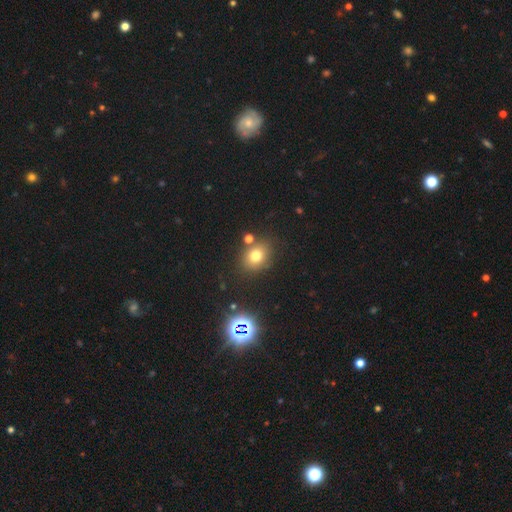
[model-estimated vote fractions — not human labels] Morphology: type=smooth (72%); roundness=round (59%); merging=none (76%).